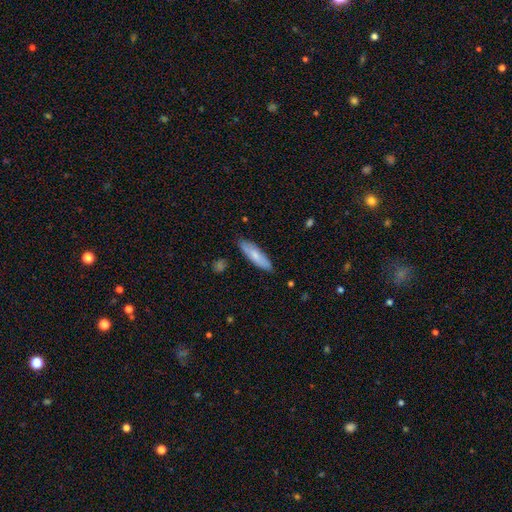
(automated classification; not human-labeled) Smooth or featured: smooth — 72% (featured or disk — 22%)
How rounded: cigar-shaped — 61% (in between — 37%)
Merging: none — 86% (minor disturbance — 11%)